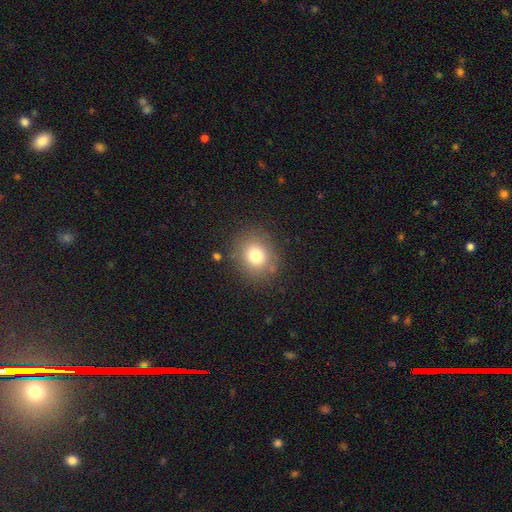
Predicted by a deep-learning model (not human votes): This appears to be a smooth galaxy with no disk features (76%) that is round (74%). Merging: none (83%).